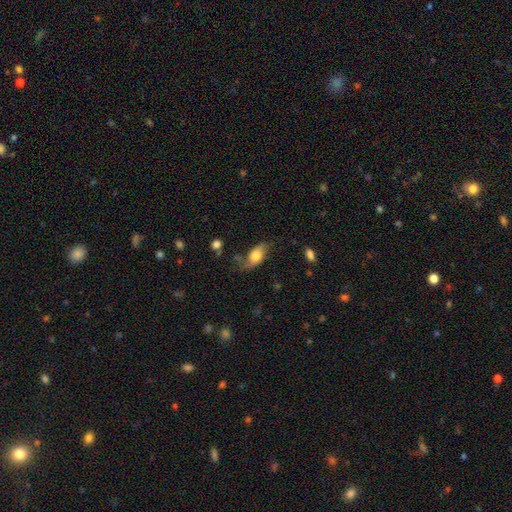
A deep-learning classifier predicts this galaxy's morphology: smooth-or-featured: smooth: 62% | featured or disk: 30% | star or artifact: 8%
  how-rounded: in between: 86% | cigar-shaped: 8% | round: 6%
  merging: none: 55% | minor disturbance: 29% | major disturbance: 12% | merger: 4%